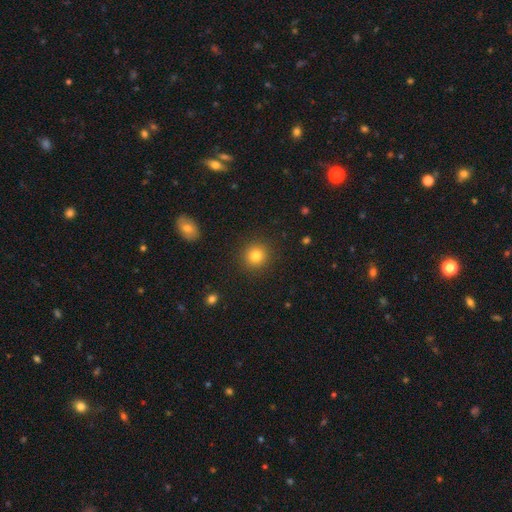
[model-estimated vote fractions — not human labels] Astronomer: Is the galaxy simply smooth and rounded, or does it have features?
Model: smooth — 82%.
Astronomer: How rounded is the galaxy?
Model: round — 91%.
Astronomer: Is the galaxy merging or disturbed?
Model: none — 91%.